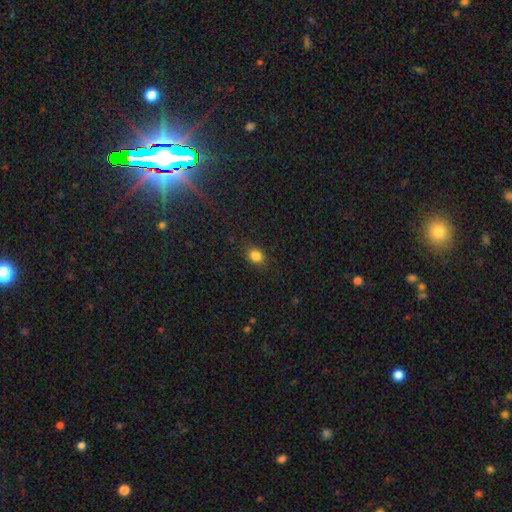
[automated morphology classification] A smooth galaxy with no disk features (83%) that is round (50%).

Vote fractions:
- Smooth or featured? smooth: 83% / star or artifact: 11% / featured or disk: 5%
- How rounded? round: 50% / in between: 48% / cigar-shaped: 1%
- Merging? none: 85% / minor disturbance: 11% / major disturbance: 3% / merger: 1%